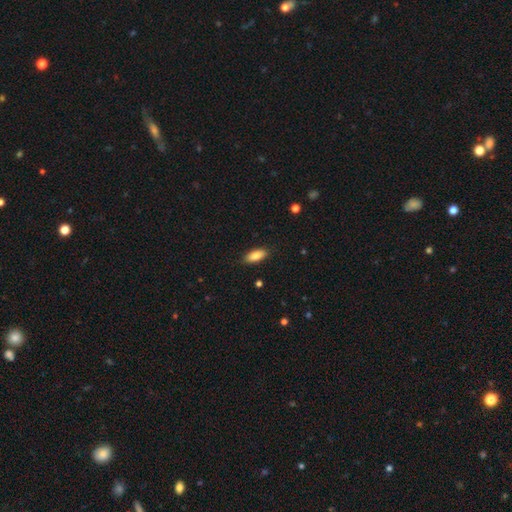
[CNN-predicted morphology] This is clearly a smooth galaxy (86%). How rounded: clearly in between (82%). Merging: clearly none (85%).